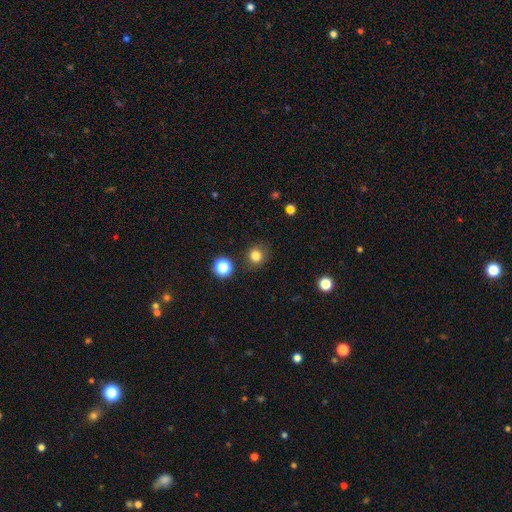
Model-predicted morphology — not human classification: Smooth or featured: smooth — 81% (star or artifact — 14%)
How rounded: round — 89% (in between — 11%)
Merging: none — 86% (minor disturbance — 9%)